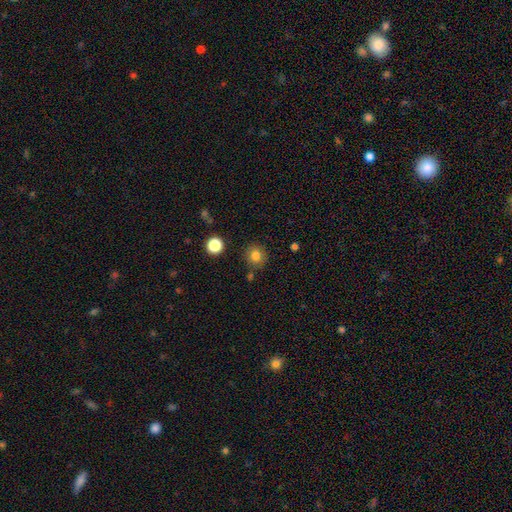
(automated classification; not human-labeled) A smooth galaxy with no disk features (81%) that is round (90%).

Vote fractions:
- Smooth or featured? smooth: 81% / star or artifact: 12% / featured or disk: 7%
- How rounded? round: 90% / in between: 10% / cigar-shaped: 1%
- Merging? none: 83% / minor disturbance: 10% / merger: 5% / major disturbance: 3%